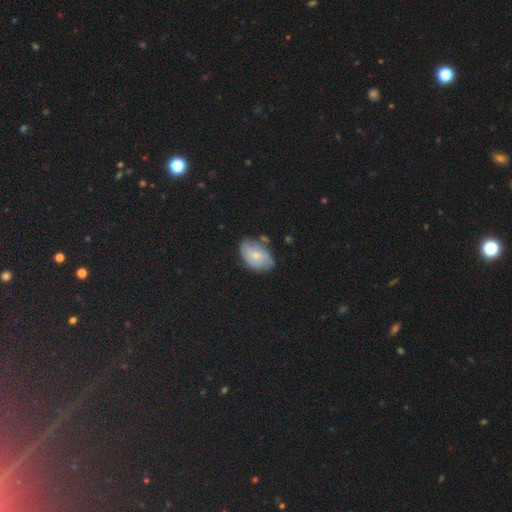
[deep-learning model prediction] Q: Smooth or featured?
A: smooth (52%); runner-up: featured or disk (41%)
Q: How rounded?
A: in between (86%); runner-up: round (12%)
Q: Merging?
A: none (63%); runner-up: minor disturbance (26%)